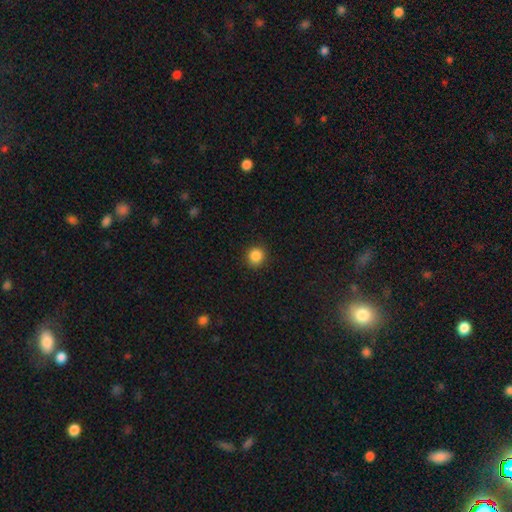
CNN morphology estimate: Smooth or featured: smooth — 86% (star or artifact — 11%)
How rounded: round — 89% (in between — 10%)
Merging: none — 89% (minor disturbance — 8%)